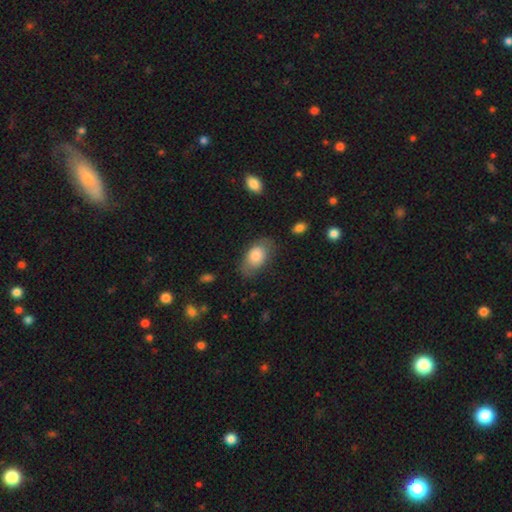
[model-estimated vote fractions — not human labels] smooth 73%, featured or disk 20%, star or artifact 7%. Down the decision tree: how rounded — in between (90%); merging — none (66%).